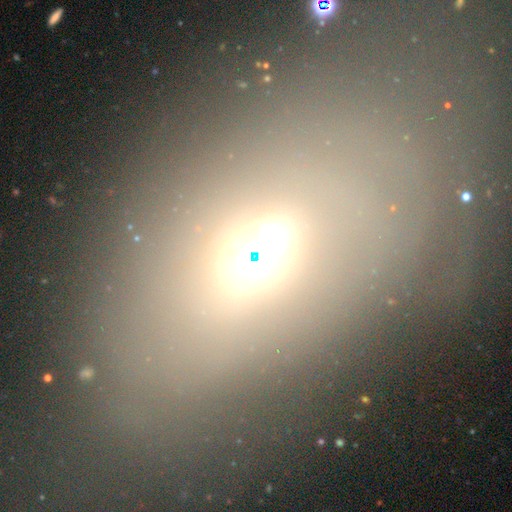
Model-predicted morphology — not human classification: type=smooth (46%); merging=none (65%).